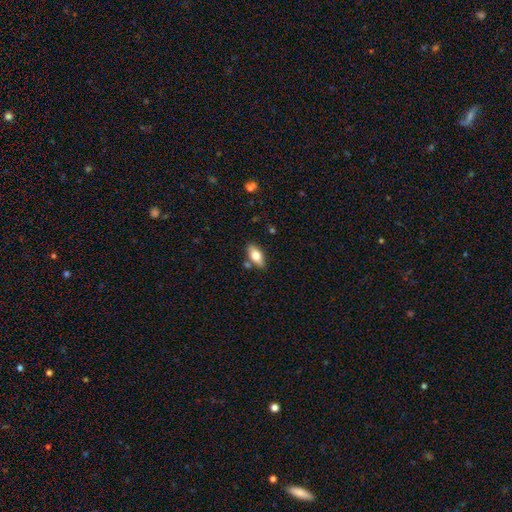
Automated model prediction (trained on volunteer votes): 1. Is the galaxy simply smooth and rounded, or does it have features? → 71% smooth, 23% featured or disk, 7% star or artifact.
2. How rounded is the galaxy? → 86% in between, 10% cigar-shaped, 3% round.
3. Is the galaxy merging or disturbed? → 79% none, 12% minor disturbance, 6% merger, 3% major disturbance.